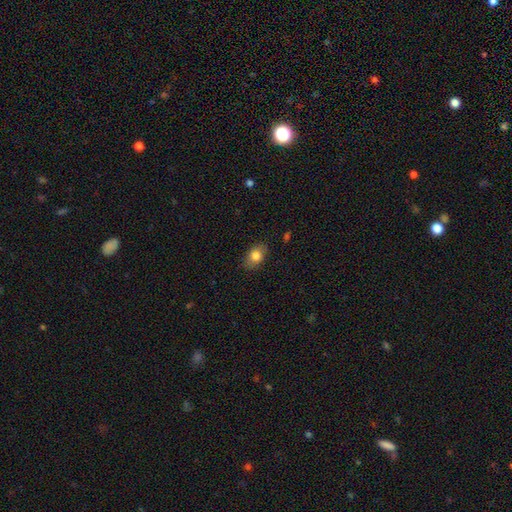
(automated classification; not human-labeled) Morphology: type=smooth (80%); roundness=in between (80%); merging=none (81%).